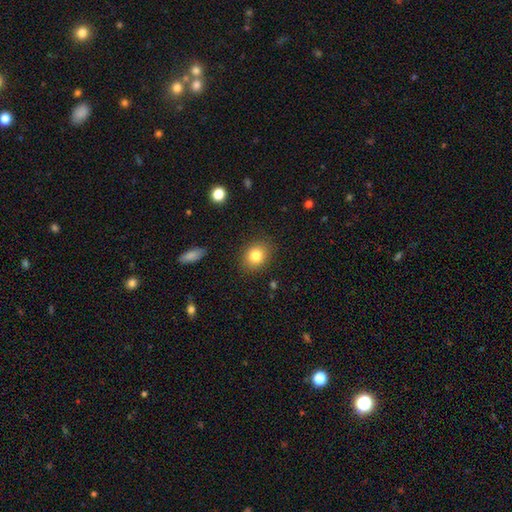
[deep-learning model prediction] A smooth galaxy with no disk features (83%) that is round (59%). Merging: none (86%).